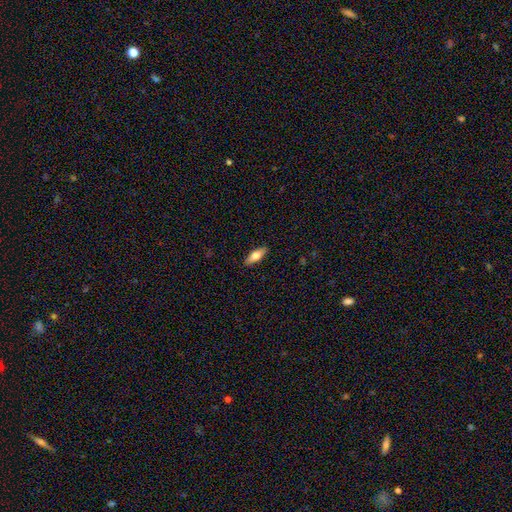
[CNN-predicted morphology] Smooth or featured? smooth (70%)
How rounded? in between (66%)
Merging? none (89%)